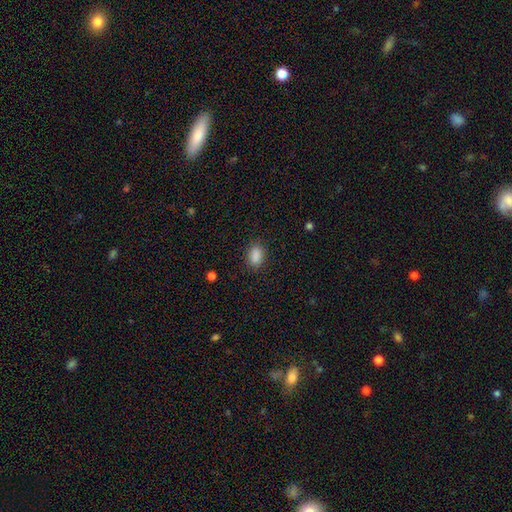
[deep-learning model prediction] A smooth galaxy with no disk features (87%) that is in between round and cigar-shaped (84%).

Vote fractions:
- Smooth or featured? smooth: 87% / star or artifact: 9% / featured or disk: 4%
- How rounded? in between: 84% / round: 14% / cigar-shaped: 3%
- Merging? none: 84% / minor disturbance: 11% / major disturbance: 3% / merger: 1%